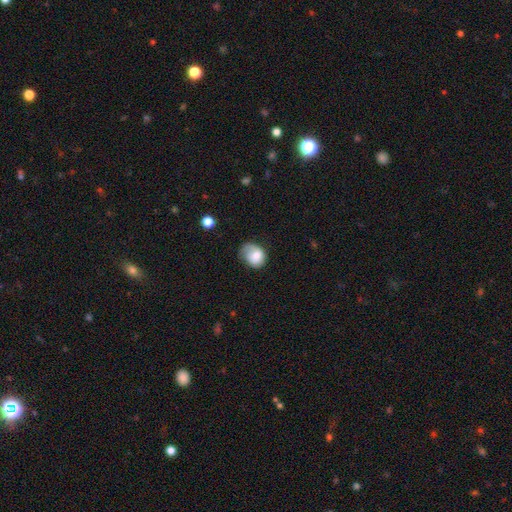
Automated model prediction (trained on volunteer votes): This is likely a smooth galaxy (71%). How rounded: possibly in between (56%). Merging: marginally minor disturbance (39%).